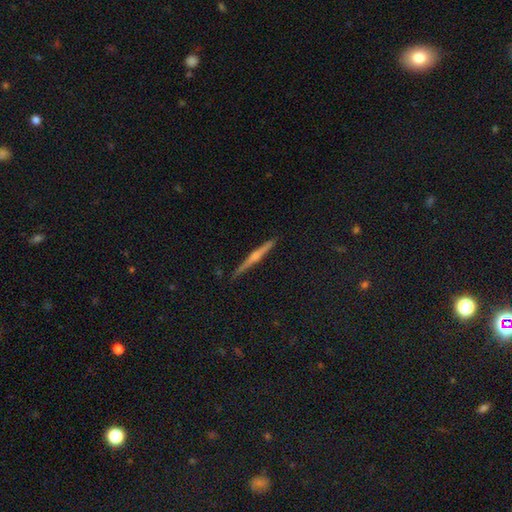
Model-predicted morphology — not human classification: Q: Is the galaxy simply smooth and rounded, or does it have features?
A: featured or disk — 72%.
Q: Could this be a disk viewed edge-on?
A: yes — 98%.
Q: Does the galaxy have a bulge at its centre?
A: rounded — 77%.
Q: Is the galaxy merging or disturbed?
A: none — 91%.